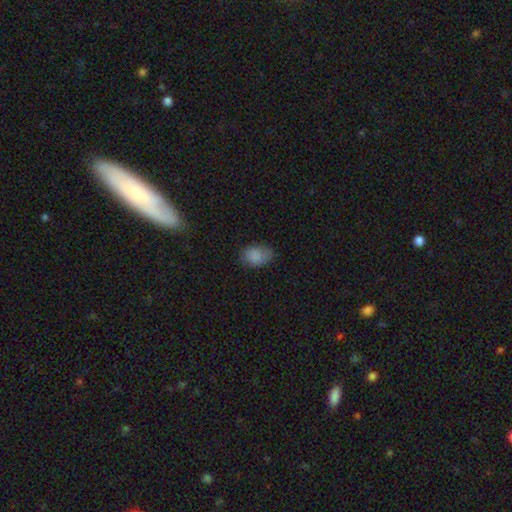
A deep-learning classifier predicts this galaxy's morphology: Smooth or featured? smooth (85%)
How rounded? in between (81%)
Merging? none (68%)